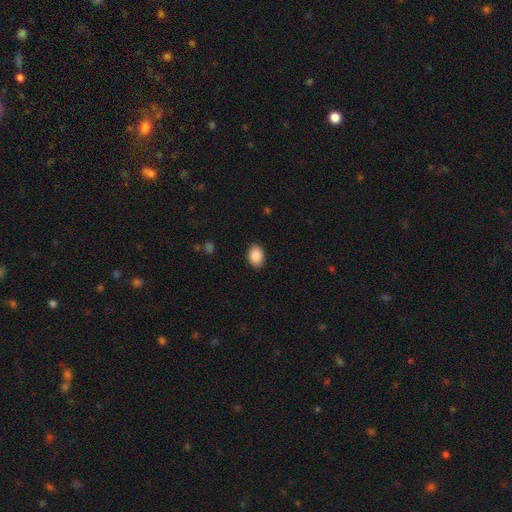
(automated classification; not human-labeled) Overall: smooth (89%). How rounded: in between (82%). Merging: none (88%).